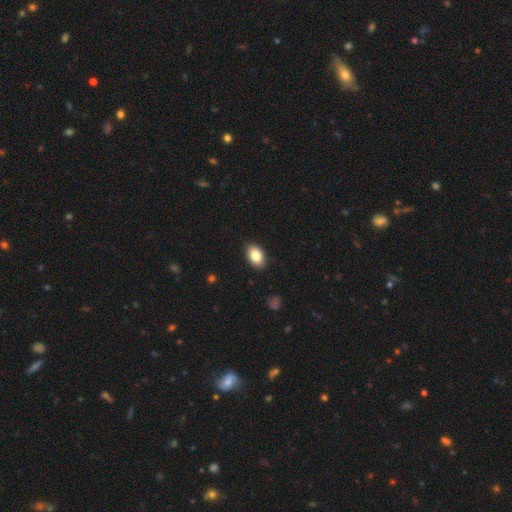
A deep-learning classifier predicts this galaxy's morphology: smooth-or-featured: smooth: 86% | star or artifact: 7% | featured or disk: 6%
  how-rounded: in between: 88% | round: 11% | cigar-shaped: 1%
  merging: none: 88% | minor disturbance: 9% | major disturbance: 2% | merger: 1%